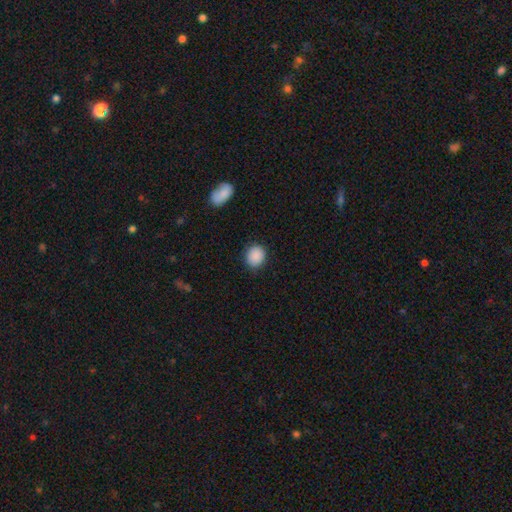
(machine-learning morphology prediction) type=smooth (89%); roundness=round (75%); merging=none (88%).